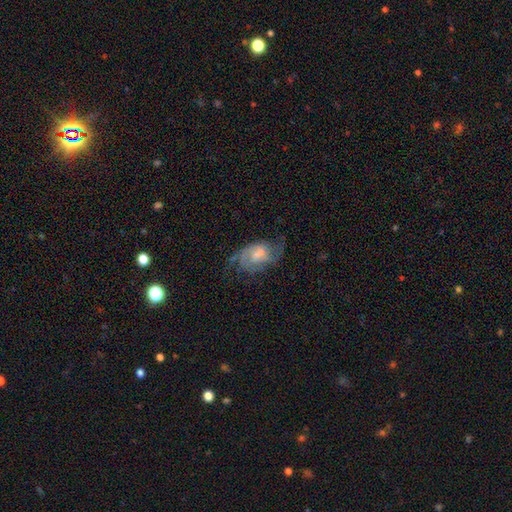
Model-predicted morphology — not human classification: A featured or disk galaxy (71%) with a weak bar (50%), 2 (62%) medium (47%) spiral arms (90%) and a small central bulge (42%).

Vote fractions:
- Smooth or featured? featured or disk: 71% / smooth: 21% / star or artifact: 8%
- Edge-on disk? no: 96% / yes: 4%
- Bar? weak: 50% / no: 40% / strong: 10%
- Spiral arms? yes: 90% / no: 10%
- Spiral winding? medium: 47% / tight: 28% / loose: 25%
- Spiral arm count? 2: 62% / can't tell: 21% / 3: 8% / 1: 5% / 4: 3% / more than 4: 2%
- Bulge size? small: 42% / moderate: 35% / none: 16% / large: 6% / dominant: 1%
- Merging? none: 56% / minor disturbance: 24% / major disturbance: 18% / merger: 2%